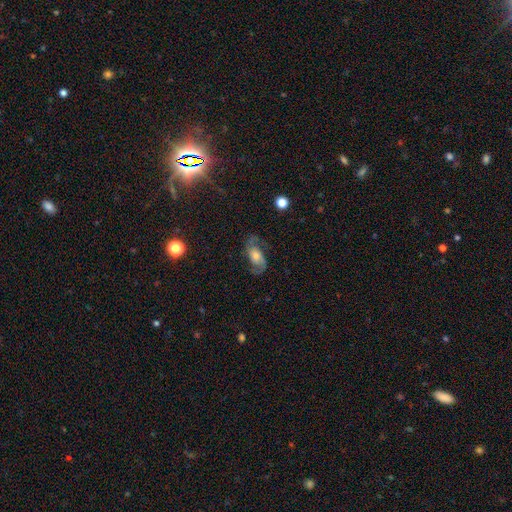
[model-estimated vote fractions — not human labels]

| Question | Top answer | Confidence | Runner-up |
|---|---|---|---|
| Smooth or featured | featured or disk | 76% | smooth (15%) |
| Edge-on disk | no | 95% | yes (5%) |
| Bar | no | 58% | weak (31%) |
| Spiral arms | yes | 94% | no (6%) |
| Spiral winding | medium | 46% | loose (38%) |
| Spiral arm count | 2 | 91% | can't tell (4%) |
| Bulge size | moderate | 50% | small (26%) |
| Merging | none | 73% | minor disturbance (16%) |